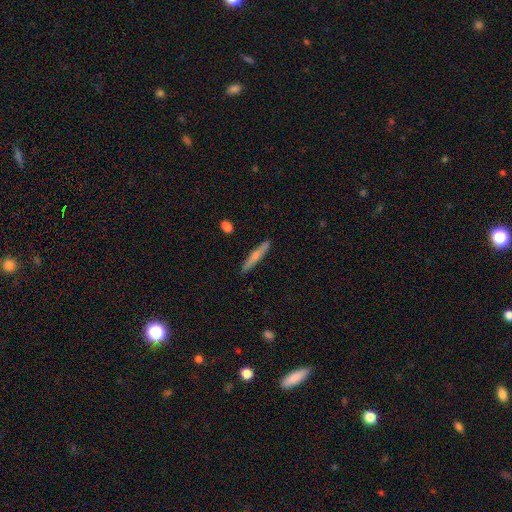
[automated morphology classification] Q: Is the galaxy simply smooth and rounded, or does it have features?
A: smooth — 53%.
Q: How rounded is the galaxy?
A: cigar-shaped — 93%.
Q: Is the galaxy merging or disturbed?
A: none — 87%.